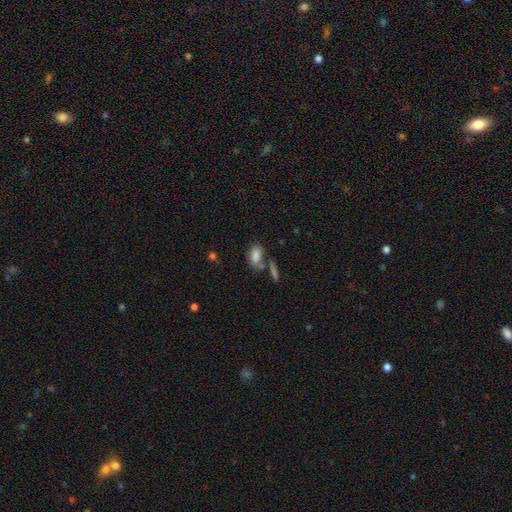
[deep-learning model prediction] A smooth galaxy with no disk features (81%) that is in between round and cigar-shaped (88%). Merging: none (53%).